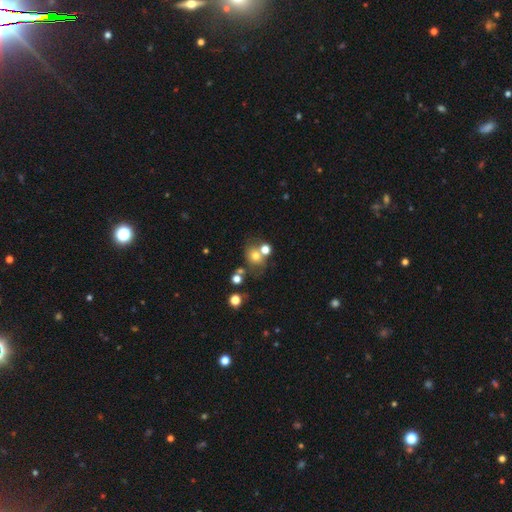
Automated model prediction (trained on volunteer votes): A smooth galaxy with no disk features (65%) that is round (71%). Merging: none (49%).